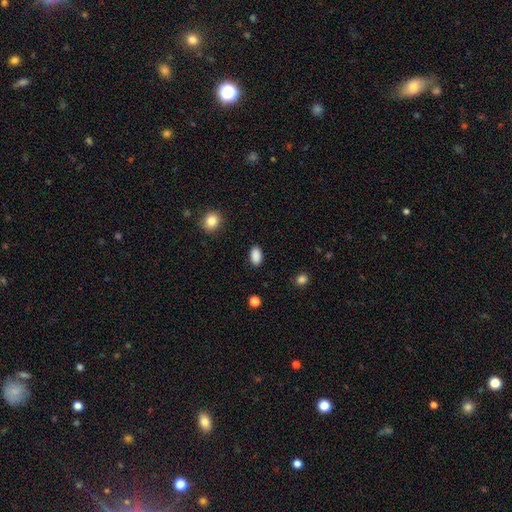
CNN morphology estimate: The model was most divided on "merging": none: 88%, minor disturbance: 8%, major disturbance: 2%, merger: 1%. More confident: how rounded — in between (91%); smooth or featured — smooth (89%).